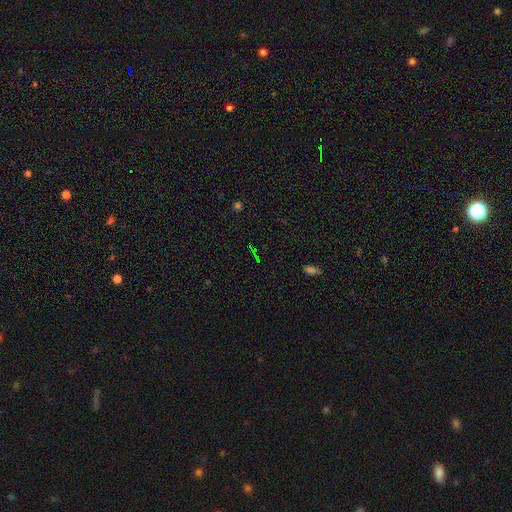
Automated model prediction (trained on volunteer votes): This appears to be a star or artifact, not a galaxy (71%).